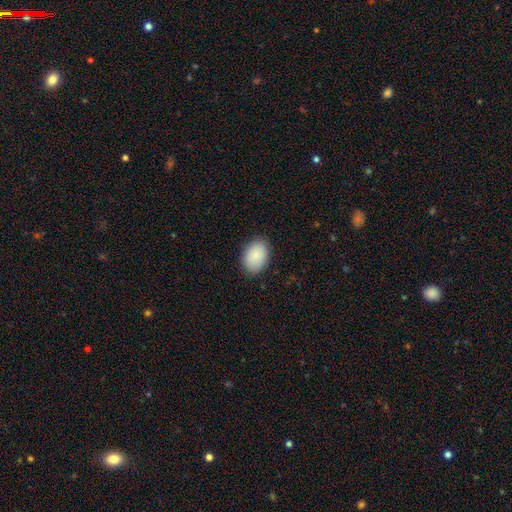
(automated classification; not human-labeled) Overall: smooth (90%). How rounded: in between (78%). Merging: none (87%).